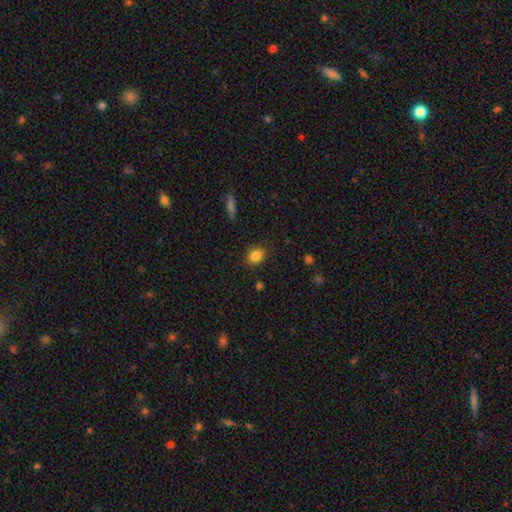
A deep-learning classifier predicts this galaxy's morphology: Overall: smooth (84%). How rounded: round (51%; in between 48%). Merging: none (86%).